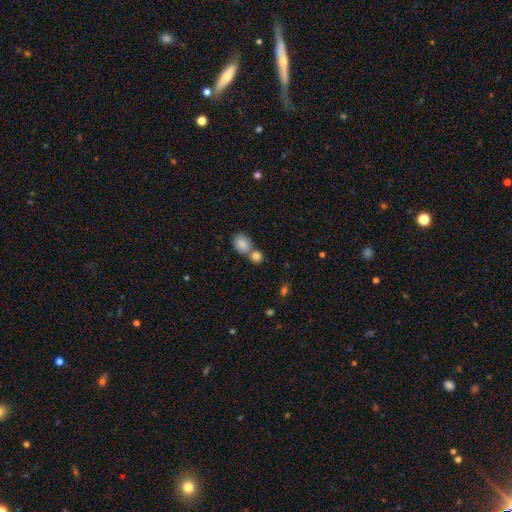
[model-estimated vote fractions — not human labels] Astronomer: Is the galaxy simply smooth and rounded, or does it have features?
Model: smooth — 84%.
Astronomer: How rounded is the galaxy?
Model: round — 60% (runner-up: in between, 38%).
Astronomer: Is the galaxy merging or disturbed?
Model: merger — 52% (runner-up: none, 37%).